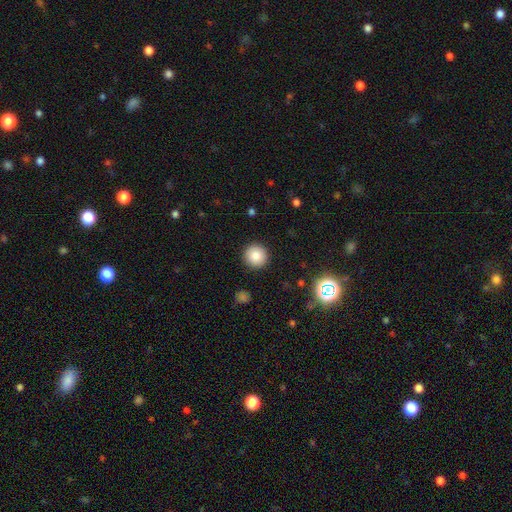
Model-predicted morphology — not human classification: Smooth or featured? Predicted: smooth (p=0.84). How rounded? Predicted: round (p=0.96). Merging? Predicted: none (p=0.92).